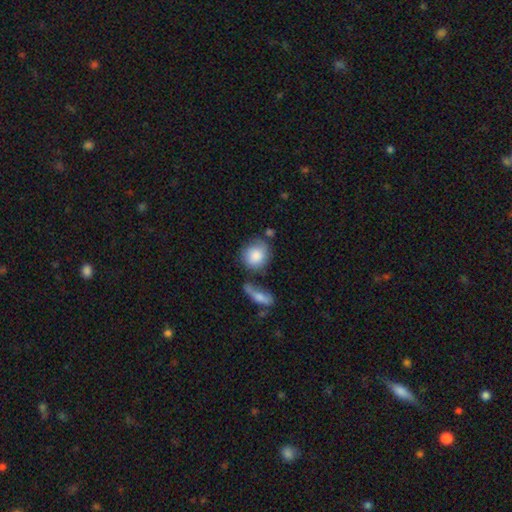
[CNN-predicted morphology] smooth-or-featured: smooth: 78% | featured or disk: 16% | star or artifact: 7%
  how-rounded: round: 73% | in between: 25% | cigar-shaped: 2%
  merging: none: 53% | minor disturbance: 23% | merger: 15% | major disturbance: 9%